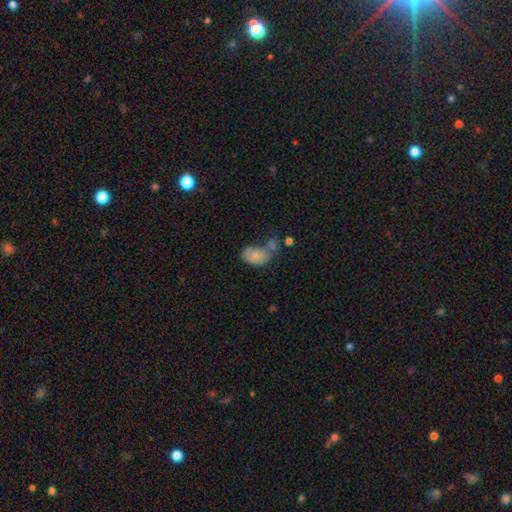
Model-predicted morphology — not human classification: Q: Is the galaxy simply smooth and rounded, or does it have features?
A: smooth — 76%.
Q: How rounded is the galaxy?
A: in between — 87%.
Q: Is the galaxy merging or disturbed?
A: merger — 35%.